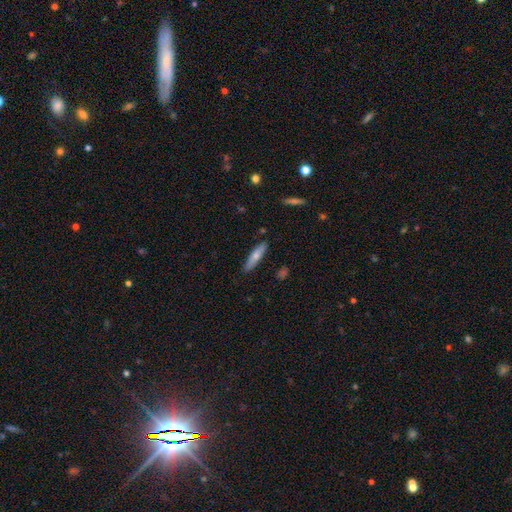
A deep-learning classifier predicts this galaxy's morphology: This is likely a smooth galaxy (63%). How rounded: clearly cigar-shaped (81%). Merging: clearly none (86%).